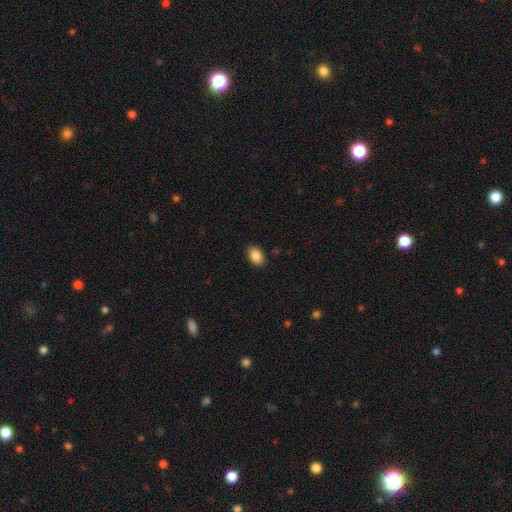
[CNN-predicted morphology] smooth_or_featured: smooth (p=0.88) [alt: star or artifact p=0.08]
how_rounded: in between (p=0.82) [alt: round p=0.17]
merging: none (p=0.88) [alt: minor disturbance p=0.09]